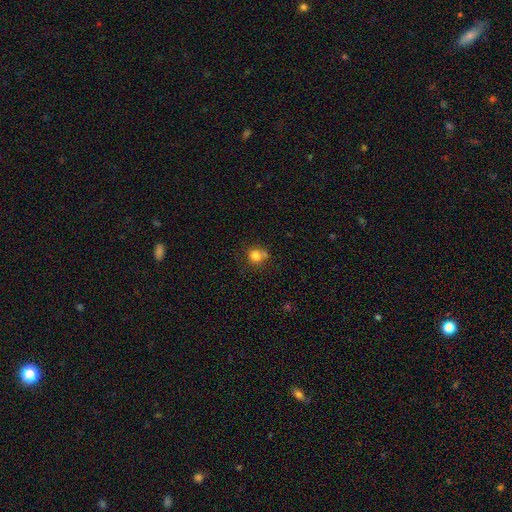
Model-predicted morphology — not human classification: Q: Smooth or featured?
A: smooth (80%); runner-up: star or artifact (12%)
Q: How rounded?
A: round (86%); runner-up: in between (13%)
Q: Merging?
A: none (62%); runner-up: minor disturbance (17%)